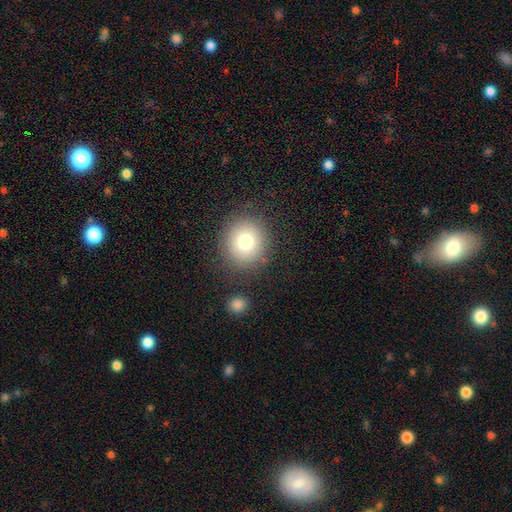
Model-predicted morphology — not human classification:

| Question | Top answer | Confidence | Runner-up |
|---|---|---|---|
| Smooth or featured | smooth | 67% | star or artifact (21%) |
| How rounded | round | 88% | in between (10%) |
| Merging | none | 88% | minor disturbance (7%) |